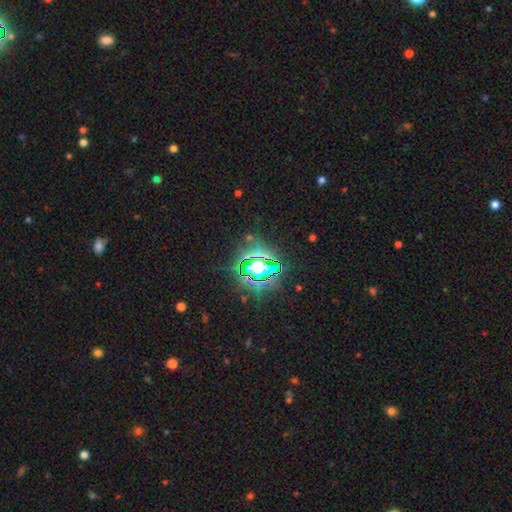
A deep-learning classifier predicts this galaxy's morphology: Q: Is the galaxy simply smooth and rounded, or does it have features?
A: star or artifact — 83%.